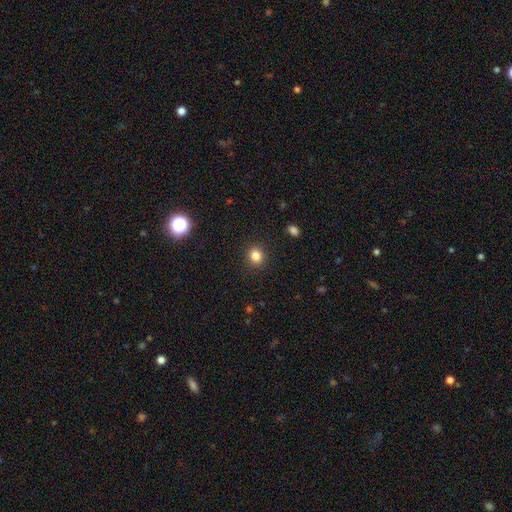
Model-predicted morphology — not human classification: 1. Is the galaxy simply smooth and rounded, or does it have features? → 83% smooth, 12% star or artifact, 5% featured or disk.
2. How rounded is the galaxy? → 76% round, 24% in between, 1% cigar-shaped.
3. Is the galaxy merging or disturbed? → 90% none, 6% minor disturbance, 2% major disturbance, 1% merger.